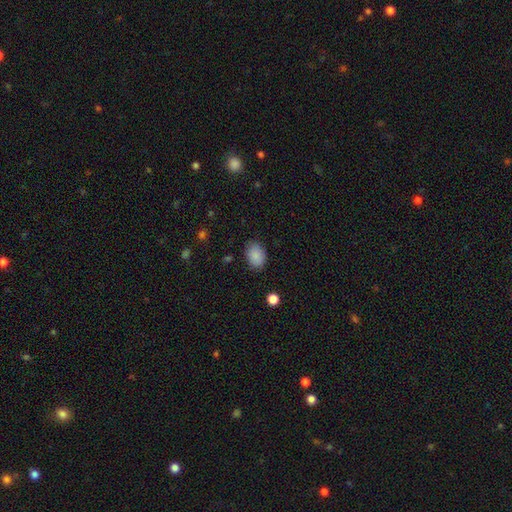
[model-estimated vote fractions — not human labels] smooth_or_featured: smooth (p=0.88) [alt: star or artifact p=0.08]
how_rounded: in between (p=0.78) [alt: round p=0.21]
merging: none (p=0.83) [alt: minor disturbance p=0.12]